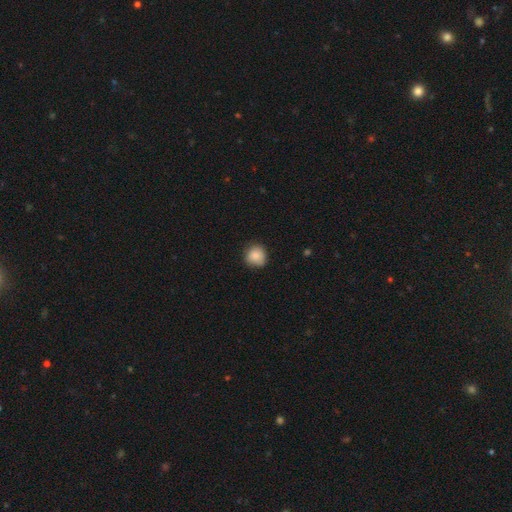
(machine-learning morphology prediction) A smooth galaxy with no disk features (87%) that is round (89%). Merging: none (80%).